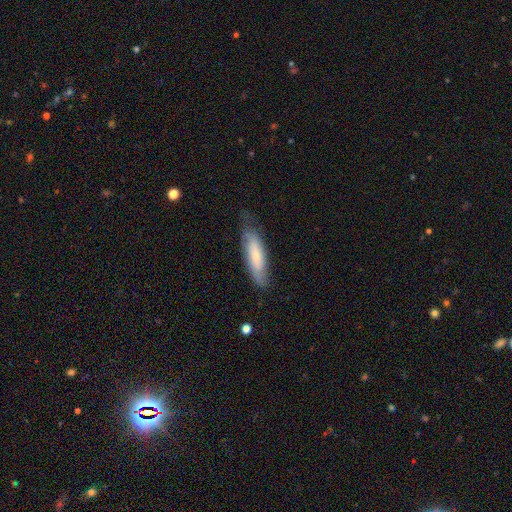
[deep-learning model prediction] smooth 58%, featured or disk 36%, star or artifact 6%. Down the decision tree: how rounded — cigar-shaped (59%); merging — none (65%).